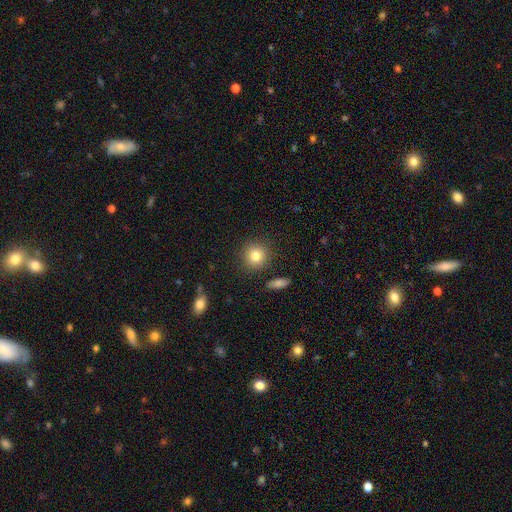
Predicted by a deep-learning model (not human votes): This appears to be a smooth galaxy with no disk features (81%) that is round (90%). Merging: none (87%).